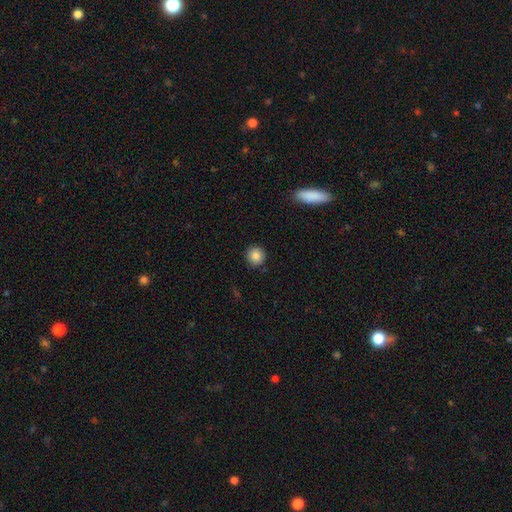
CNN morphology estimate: Smooth or featured: smooth — 85% (star or artifact — 9%)
How rounded: round — 93% (in between — 6%)
Merging: none — 91% (minor disturbance — 6%)